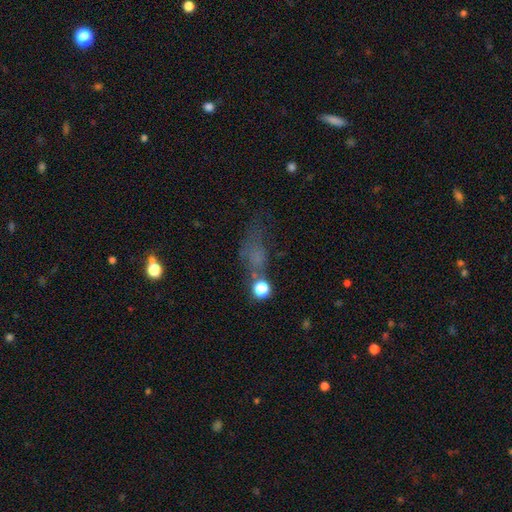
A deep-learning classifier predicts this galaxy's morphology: A smooth galaxy with no disk features (50%). Merging: none (44%).